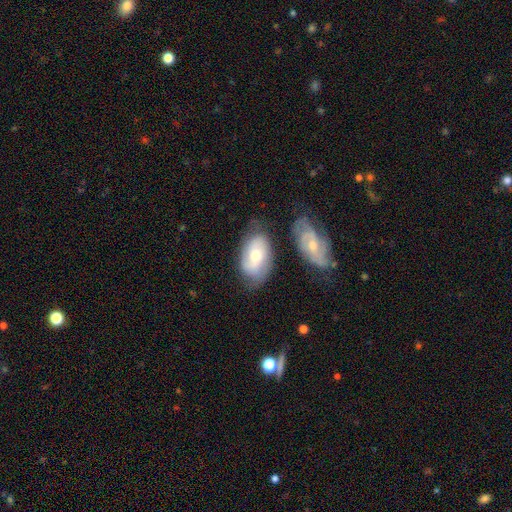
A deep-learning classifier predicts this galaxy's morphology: Overall: smooth (48%; featured or disk 46%). Merging: none (55%; minor disturbance 23%).